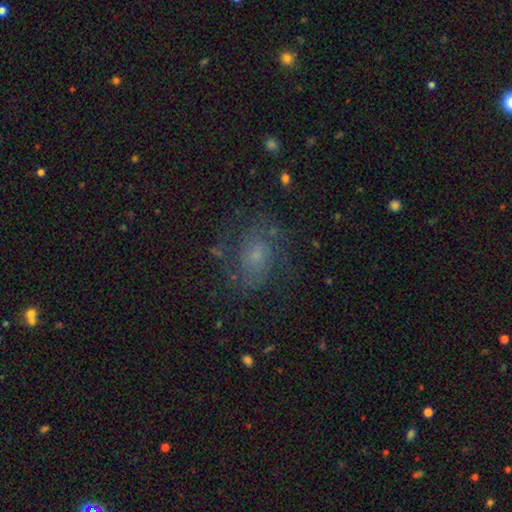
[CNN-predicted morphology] Smooth or featured: featured or disk — 58% (smooth — 28%)
Edge-on disk: no — 97% (yes — 3%)
Bar: no — 69% (weak — 26%)
Spiral arms: yes — 81% (no — 19%)
Bulge size: small — 58% (moderate — 27%)
Merging: none — 65% (minor disturbance — 18%)